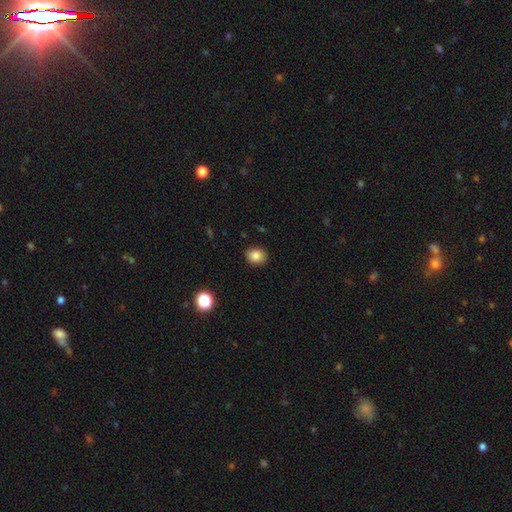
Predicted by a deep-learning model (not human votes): The model was most divided on "how rounded": round: 60%, in between: 39%, cigar-shaped: 1%. More confident: merging — none (88%); smooth or featured — smooth (85%).